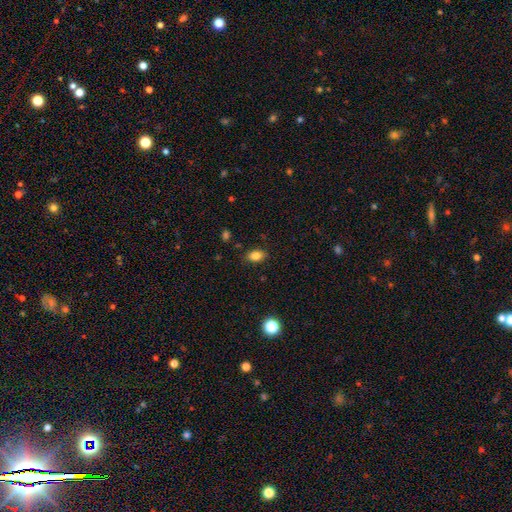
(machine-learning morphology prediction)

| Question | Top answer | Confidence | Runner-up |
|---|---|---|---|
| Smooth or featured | smooth | 84% | star or artifact (10%) |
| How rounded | in between | 80% | round (18%) |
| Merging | none | 85% | minor disturbance (11%) |